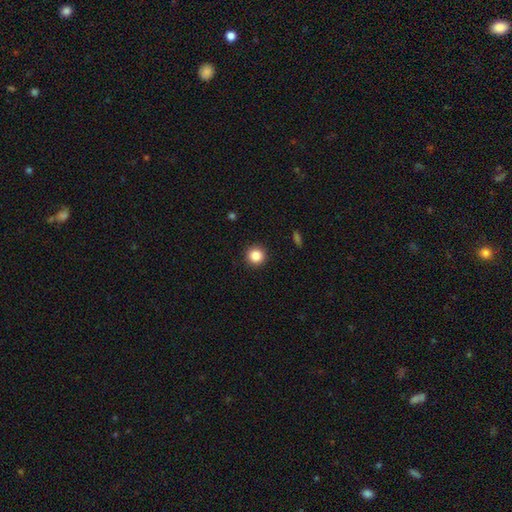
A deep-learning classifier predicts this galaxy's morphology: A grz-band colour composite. It shows a smooth galaxy with no disk features (85%) that is round (95%). Merging: none (93%).